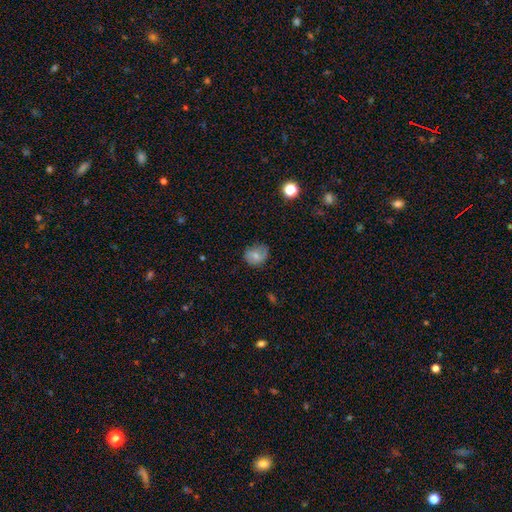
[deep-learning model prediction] A smooth galaxy with no disk features (62%) that is round (64%).

Vote fractions:
- Smooth or featured? smooth: 62% / featured or disk: 28% / star or artifact: 9%
- How rounded? round: 64% / in between: 35% / cigar-shaped: 1%
- Merging? none: 66% / minor disturbance: 25% / major disturbance: 7% / merger: 1%